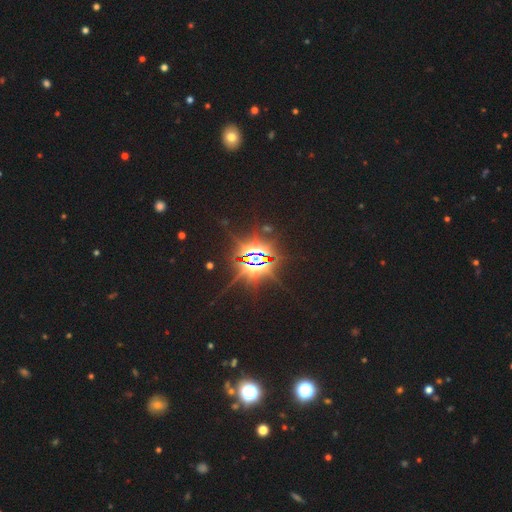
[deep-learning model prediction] Smooth or featured? star or artifact (86%)